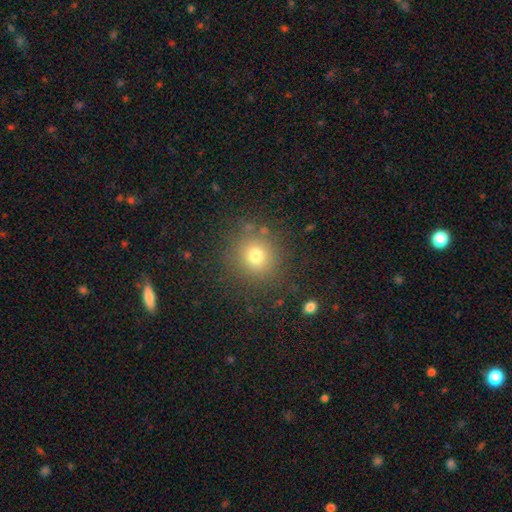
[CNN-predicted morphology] smooth 74%, star or artifact 17%, featured or disk 9%. Down the decision tree: how rounded — round (89%); merging — none (85%).